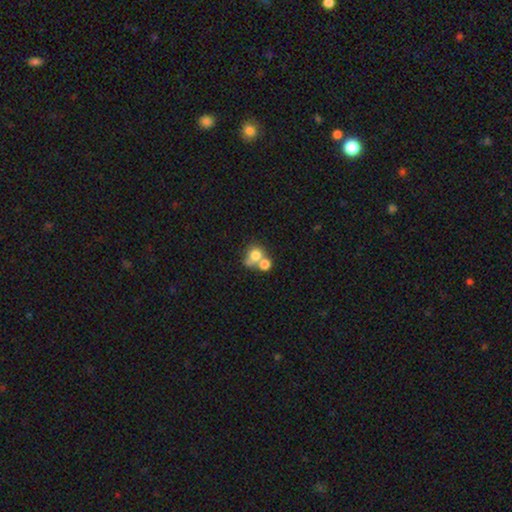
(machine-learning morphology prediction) type=smooth (73%); roundness=round (74%); merging=merger (57%).